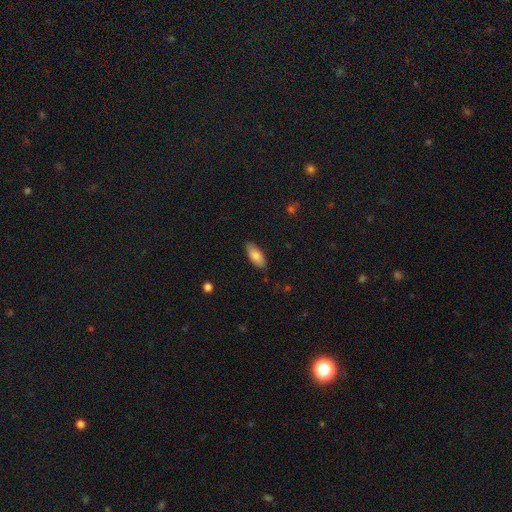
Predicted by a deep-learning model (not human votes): A smooth galaxy with no disk features (79%) that is in between round and cigar-shaped (83%).

Vote fractions:
- Smooth or featured? smooth: 79% / featured or disk: 14% / star or artifact: 6%
- How rounded? in between: 83% / cigar-shaped: 15% / round: 2%
- Merging? none: 85% / minor disturbance: 12% / major disturbance: 2% / merger: 1%